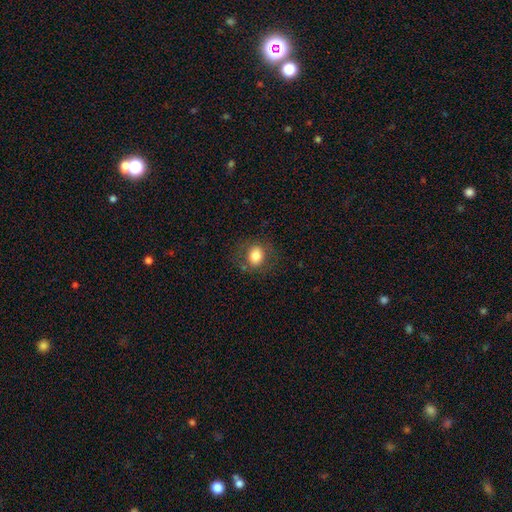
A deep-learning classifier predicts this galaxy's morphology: Smooth or featured? Predicted: smooth (p=0.79). How rounded? Predicted: round (p=0.62). Merging? Predicted: none (p=0.79).